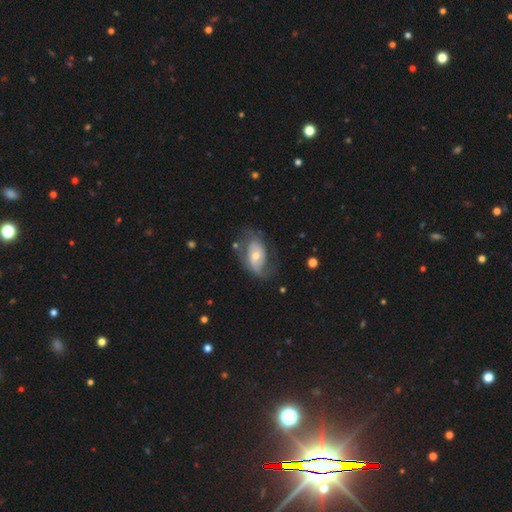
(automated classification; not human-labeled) Smooth or featured: featured or disk — 60% (smooth — 33%)
Edge-on disk: no — 93% (yes — 7%)
Bar: no — 63% (weak — 27%)
Spiral arms: yes — 69% (no — 31%)
Bulge size: moderate — 53% (small — 40%)
Merging: none — 43% (minor disturbance — 28%)